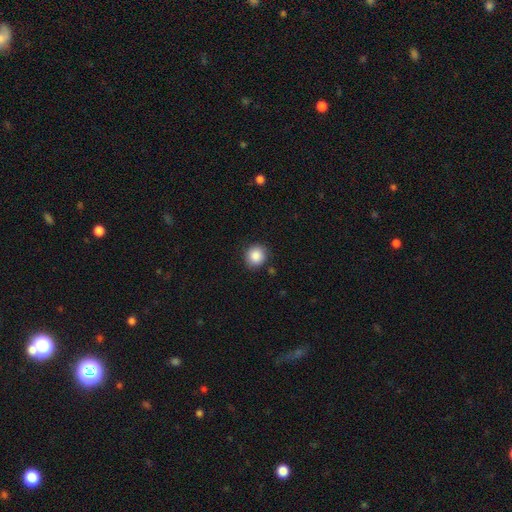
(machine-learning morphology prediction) Overall: smooth (88%). How rounded: round (86%). Merging: none (86%).